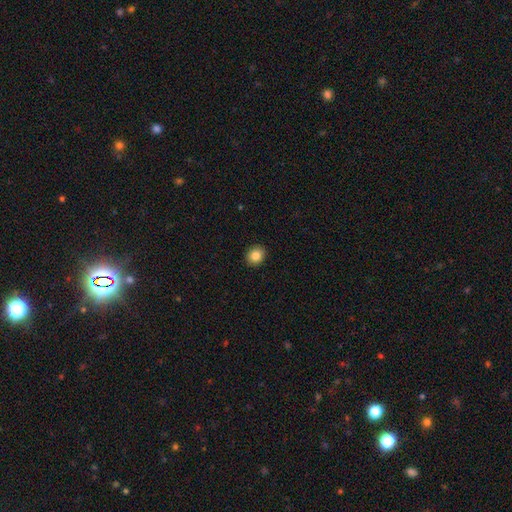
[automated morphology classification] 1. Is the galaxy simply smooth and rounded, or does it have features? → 84% smooth, 9% star or artifact, 6% featured or disk.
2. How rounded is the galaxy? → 69% round, 30% in between, 1% cigar-shaped.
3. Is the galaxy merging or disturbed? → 92% none, 6% minor disturbance, 2% major disturbance, 1% merger.